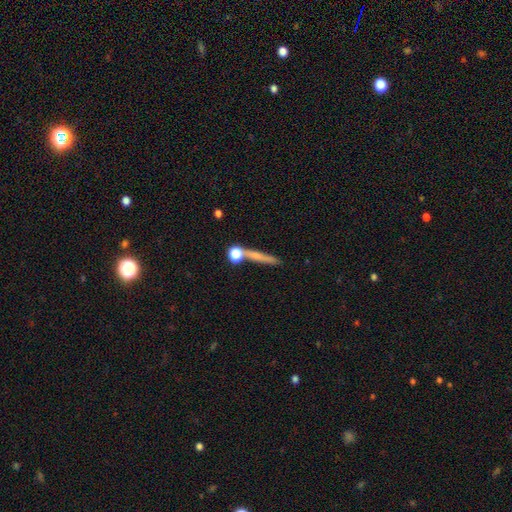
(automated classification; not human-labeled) This is possibly a smooth galaxy (57%). How rounded: likely cigar-shaped (75%). Merging: likely none (69%).